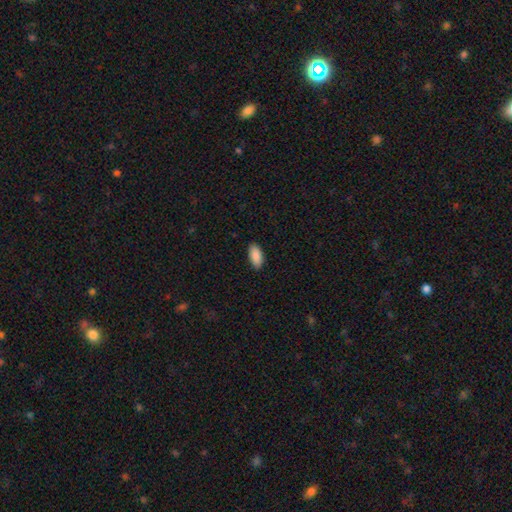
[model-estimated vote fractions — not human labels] The model was most divided on "merging": none: 88%, minor disturbance: 9%, major disturbance: 2%, merger: 1%. More confident: how rounded — in between (91%); smooth or featured — smooth (90%).